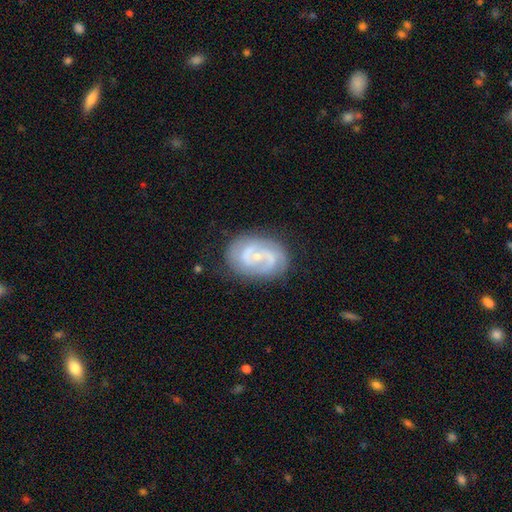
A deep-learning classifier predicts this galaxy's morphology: featured or disk 80%, smooth 13%, star or artifact 6%. Down the decision tree: edge-on disk — no (97%); bar — weak (45%); spiral arms — yes (91%); spiral arm count — 2 (68%); spiral winding — medium (44%); bulge size — small (66%); merging — none (75%).